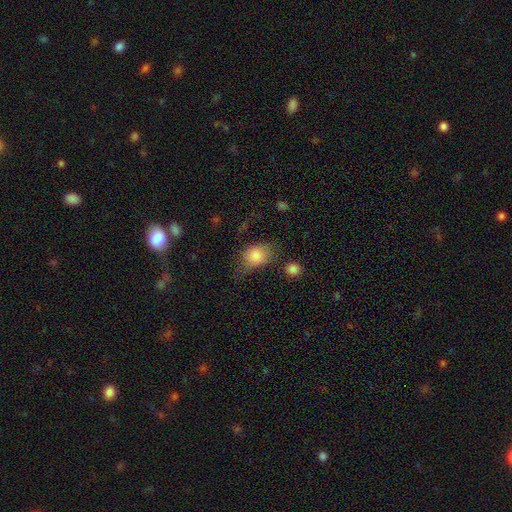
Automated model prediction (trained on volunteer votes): smooth_or_featured: smooth (p=0.82) [alt: featured or disk p=0.09]
how_rounded: in between (p=0.59) [alt: round p=0.39]
merging: none (p=0.53) [alt: minor disturbance p=0.29]